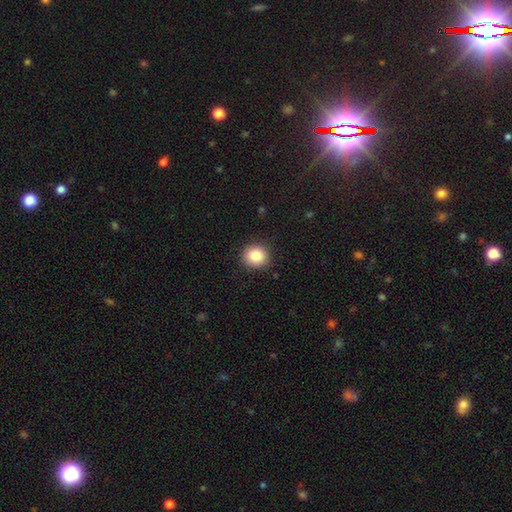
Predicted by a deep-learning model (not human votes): smooth 84%, star or artifact 10%, featured or disk 6%. Down the decision tree: how rounded — round (89%); merging — none (90%).